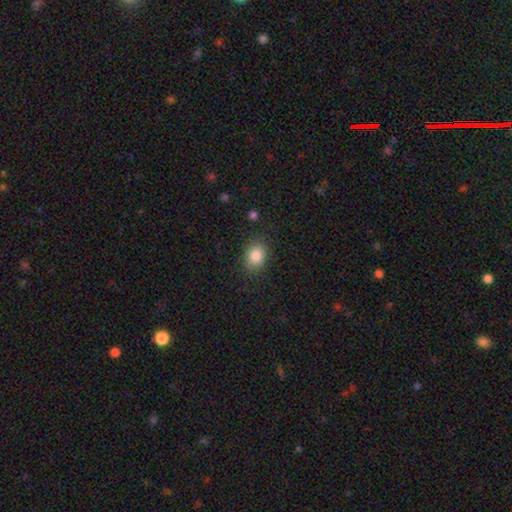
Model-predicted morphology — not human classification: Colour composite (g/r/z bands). It shows a smooth galaxy with no disk features (84%) that is in between round and cigar-shaped (60%). Merging: none (85%).